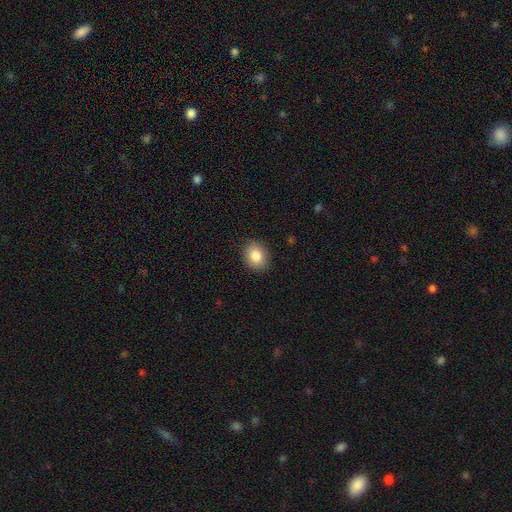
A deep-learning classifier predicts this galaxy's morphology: Smooth or featured? smooth (85%)
How rounded? in between (55%)
Merging? none (89%)